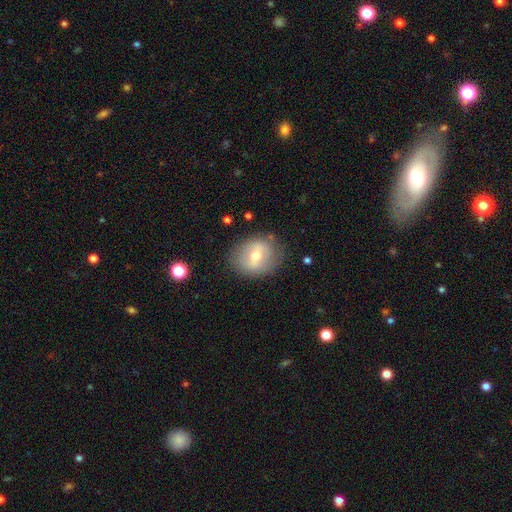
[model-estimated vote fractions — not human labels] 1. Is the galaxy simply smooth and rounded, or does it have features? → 48% smooth, 44% featured or disk, 8% star or artifact.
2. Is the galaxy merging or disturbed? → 80% none, 14% minor disturbance, 5% major disturbance, 2% merger.